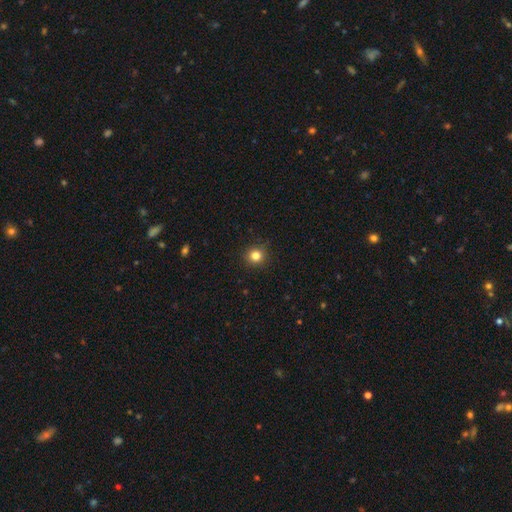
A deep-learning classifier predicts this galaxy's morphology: smooth 82%, star or artifact 13%, featured or disk 5%. Down the decision tree: how rounded — round (92%); merging — none (91%).